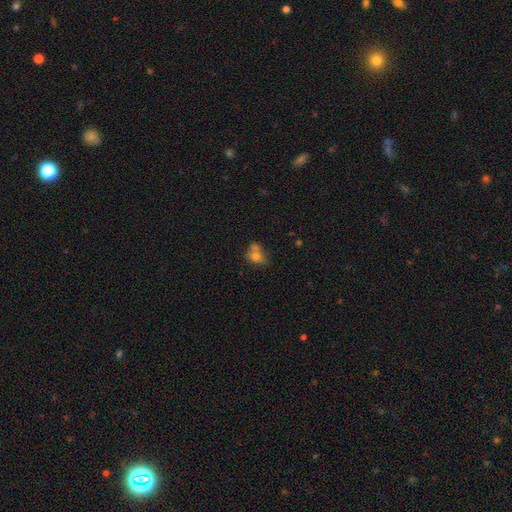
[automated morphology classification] smooth-or-featured: smooth: 70% | featured or disk: 19% | star or artifact: 12%
  how-rounded: in between: 52% | round: 46% | cigar-shaped: 2%
  merging: merger: 43% | none: 33% | minor disturbance: 16% | major disturbance: 8%